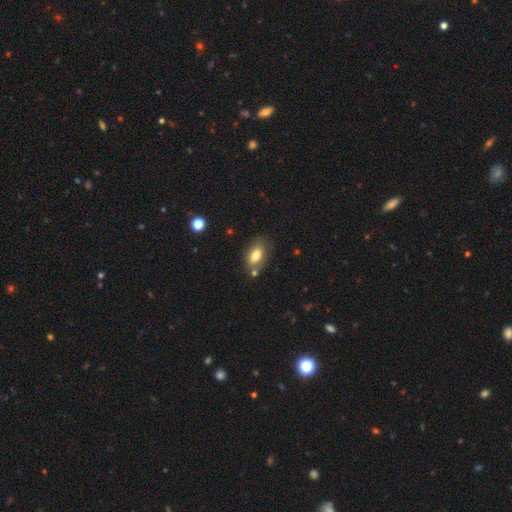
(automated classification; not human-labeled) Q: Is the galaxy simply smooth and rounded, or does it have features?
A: smooth — 74%.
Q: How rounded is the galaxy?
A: in between — 89%.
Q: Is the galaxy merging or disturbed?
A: none — 66%.